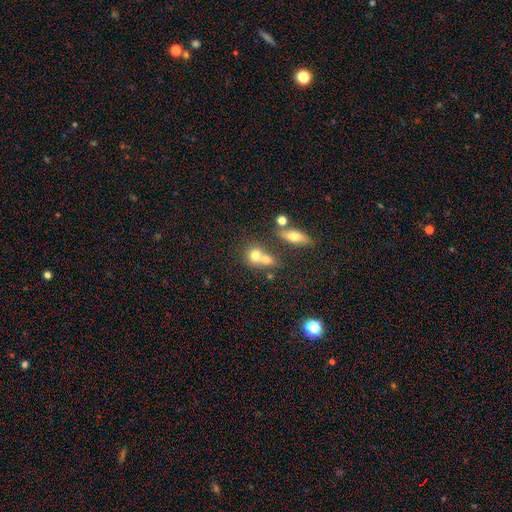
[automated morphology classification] Overall: smooth (70%). How rounded: round (65%; in between 32%). Merging: merger (55%; none 33%).